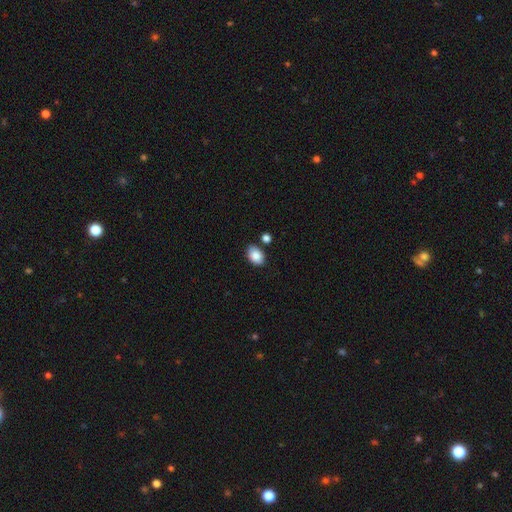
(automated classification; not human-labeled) Smooth or featured: smooth — 87% (star or artifact — 8%)
How rounded: in between — 83% (round — 16%)
Merging: none — 76% (minor disturbance — 14%)